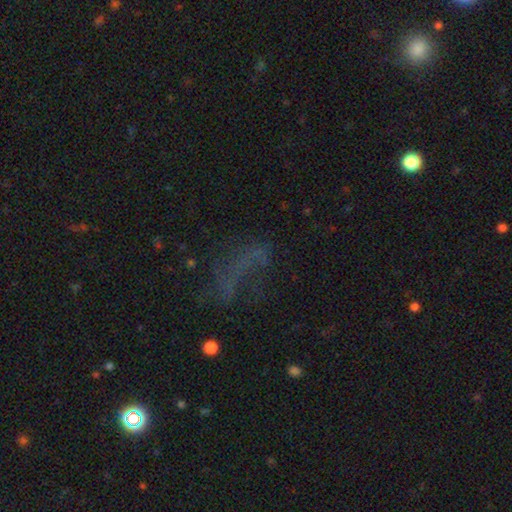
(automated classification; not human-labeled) This appears to be a star or artifact, not a galaxy (35%).